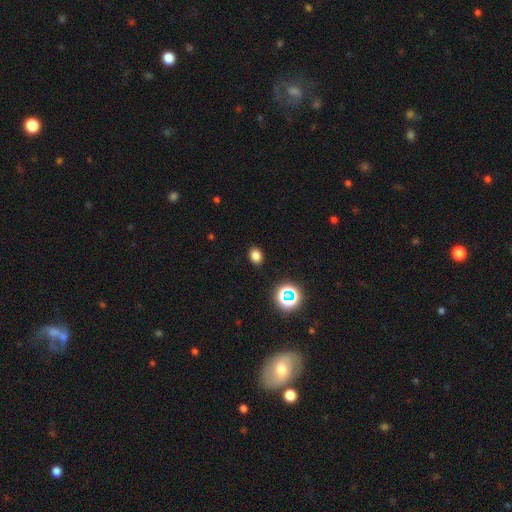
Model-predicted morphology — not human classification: The model was most divided on "how rounded": in between: 59%, round: 40%, cigar-shaped: 1%. More confident: merging — none (89%); smooth or featured — smooth (78%).